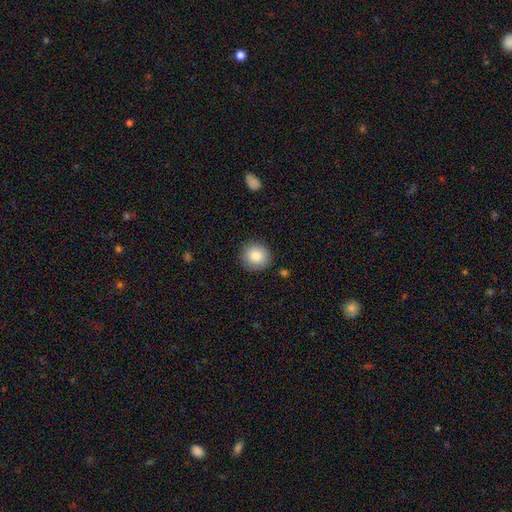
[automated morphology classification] Smooth or featured?
  - smooth: 85% *
  - star or artifact: 8%
  - featured or disk: 7%
How rounded?
  - round: 91% *
  - in between: 8%
  - cigar-shaped: 1%
Merging?
  - none: 87% *
  - minor disturbance: 9%
  - major disturbance: 2%
  - merger: 2%